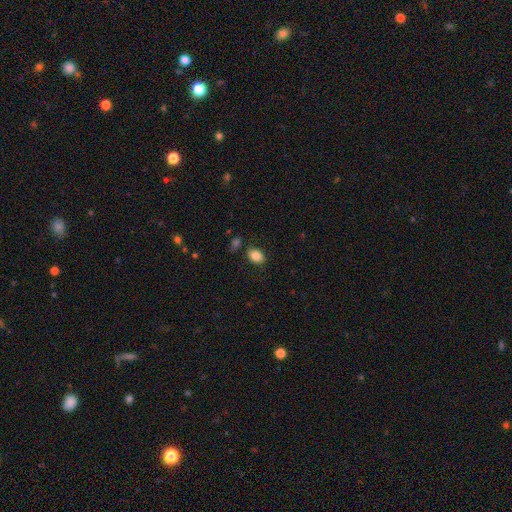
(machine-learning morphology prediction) Overall: smooth (84%). How rounded: in between (73%). Merging: none (80%).